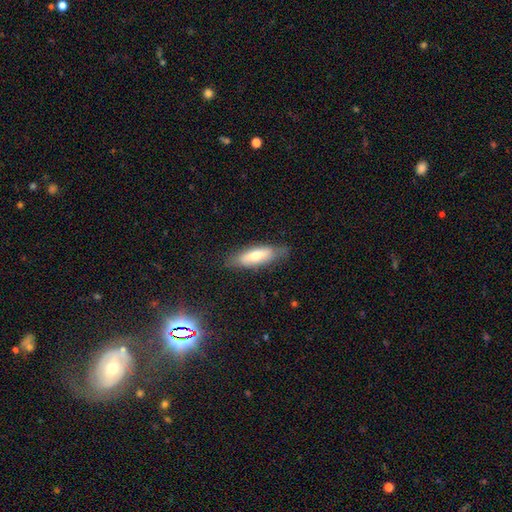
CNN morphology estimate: Overall: smooth (63%; featured or disk 28%). How rounded: in between (50%; cigar-shaped 49%). Merging: none (78%).